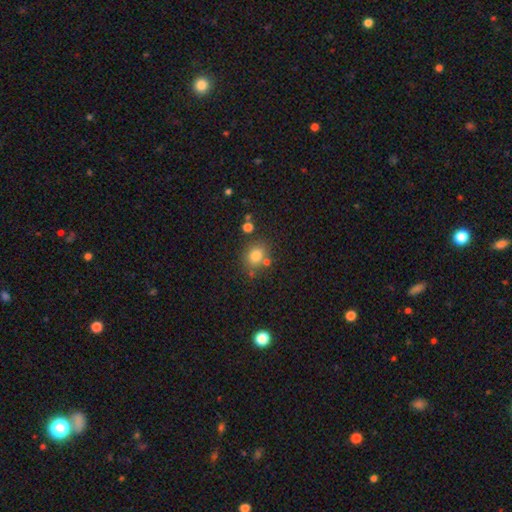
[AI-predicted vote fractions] The model was most divided on "how rounded": round: 65%, in between: 34%, cigar-shaped: 1%. More confident: smooth or featured — smooth (80%); merging — none (71%).